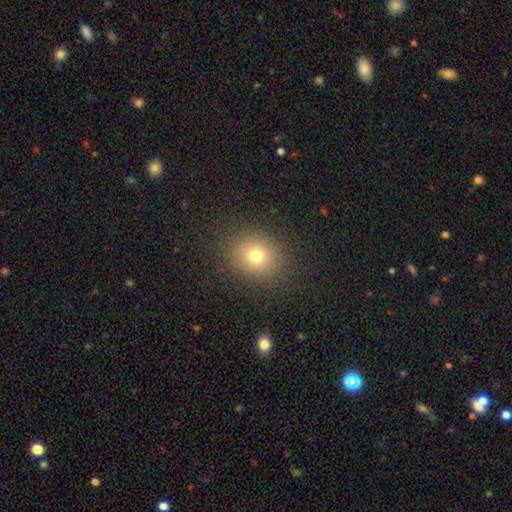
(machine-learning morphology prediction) This appears to be a smooth galaxy with no disk features (73%) that is round (75%). Merging: none (87%).